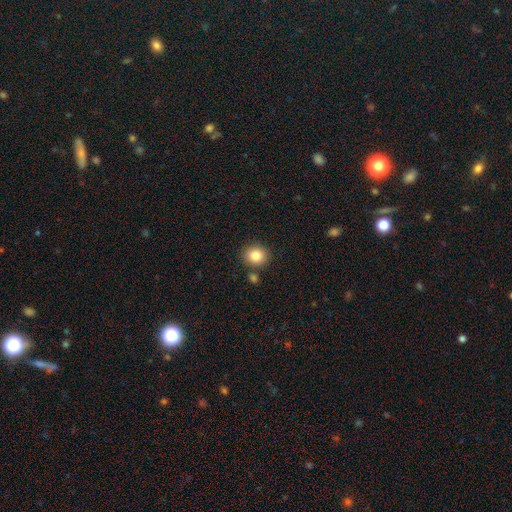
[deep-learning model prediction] Smooth or featured?
  - smooth: 85% *
  - star or artifact: 9%
  - featured or disk: 6%
How rounded?
  - round: 76% *
  - in between: 23%
  - cigar-shaped: 1%
Merging?
  - none: 81% *
  - minor disturbance: 9%
  - merger: 7%
  - major disturbance: 3%